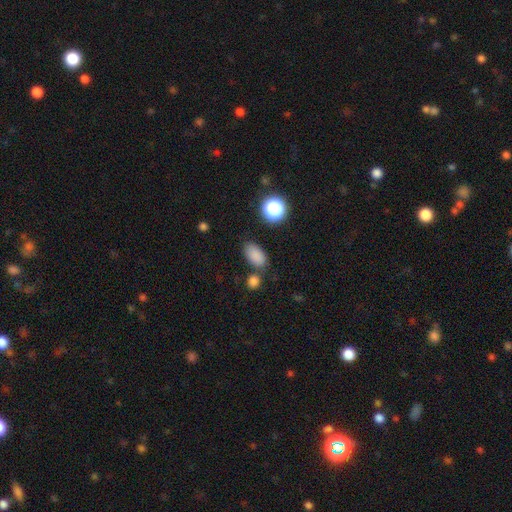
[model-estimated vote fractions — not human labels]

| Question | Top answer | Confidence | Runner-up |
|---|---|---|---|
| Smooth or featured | smooth | 84% | star or artifact (11%) |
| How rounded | in between | 91% | round (8%) |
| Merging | none | 72% | minor disturbance (13%) |